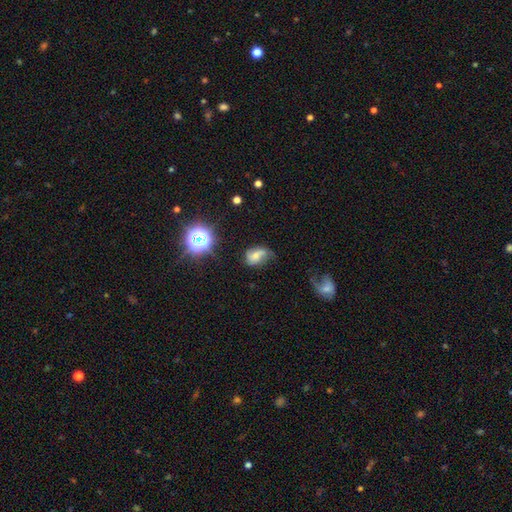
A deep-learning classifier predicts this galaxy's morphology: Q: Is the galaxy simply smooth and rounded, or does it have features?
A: smooth — 48%.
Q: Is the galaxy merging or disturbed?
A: none — 38%.